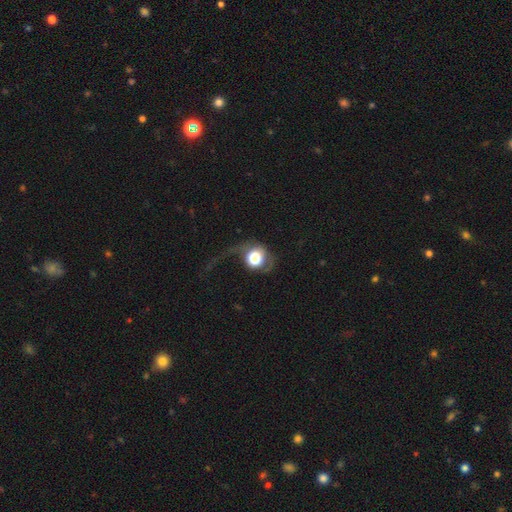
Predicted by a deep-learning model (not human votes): This appears to be a smooth galaxy with no disk features (58%) that is round (78%). Merging: major disturbance (54%).